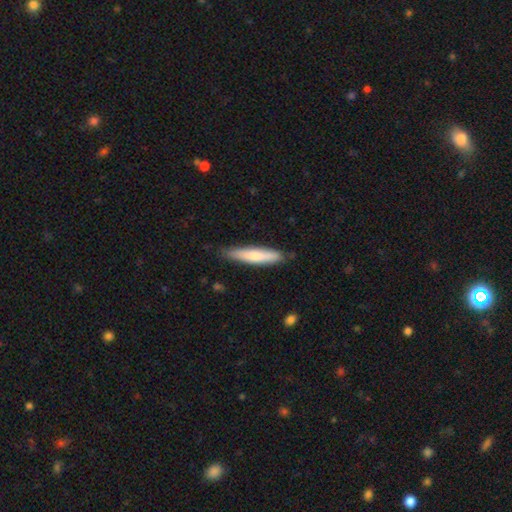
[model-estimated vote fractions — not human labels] Overall: smooth (71%). How rounded: cigar-shaped (87%). Merging: none (82%).